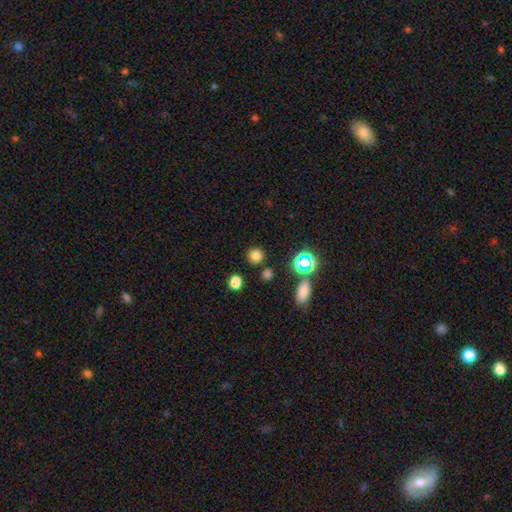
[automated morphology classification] This appears to be a smooth galaxy with no disk features (76%) that is round (91%). Merging: none (86%).